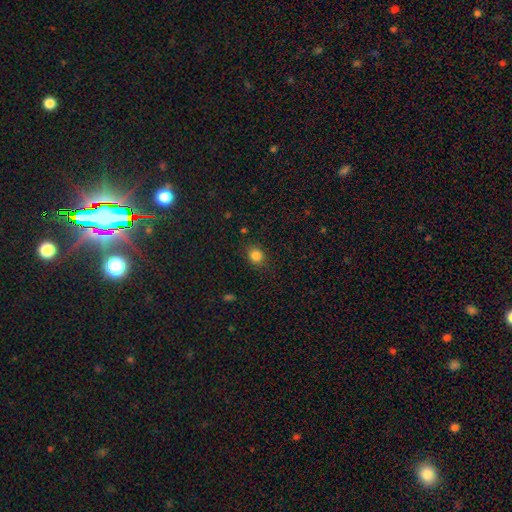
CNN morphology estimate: This is clearly a smooth galaxy (84%). How rounded: likely round (68%). Merging: clearly none (83%).